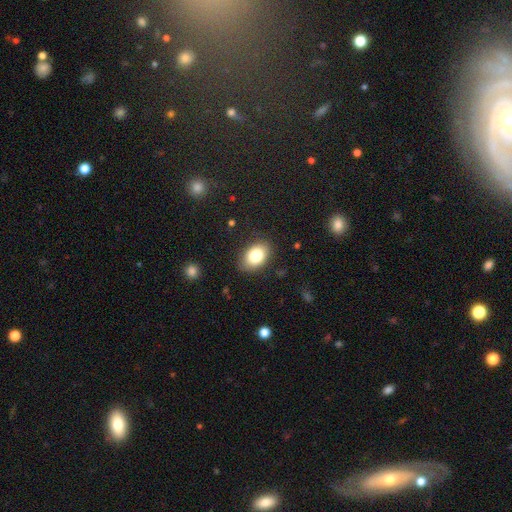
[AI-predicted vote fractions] This appears to be a smooth galaxy with no disk features (82%) that is in between round and cigar-shaped (85%). Merging: none (84%).